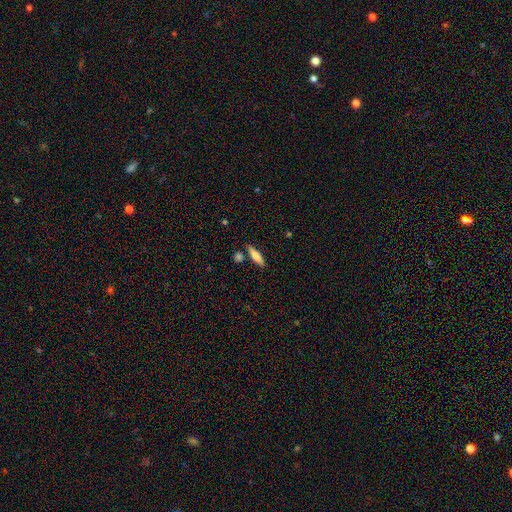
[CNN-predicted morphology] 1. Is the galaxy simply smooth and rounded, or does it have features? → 75% smooth, 18% featured or disk, 6% star or artifact.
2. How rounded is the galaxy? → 63% cigar-shaped, 35% in between, 2% round.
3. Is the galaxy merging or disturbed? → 79% none, 11% minor disturbance, 7% merger, 3% major disturbance.